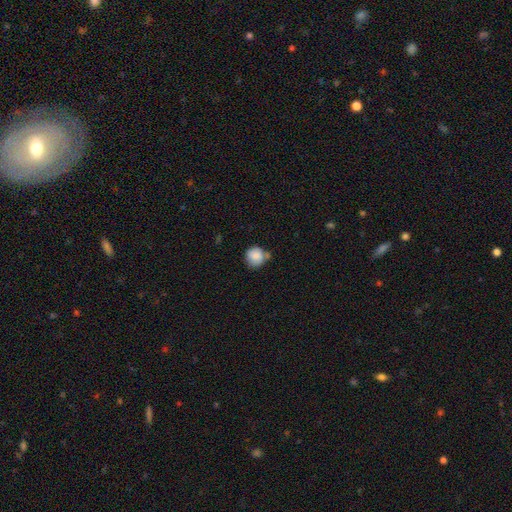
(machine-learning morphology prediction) Smooth or featured: smooth — 85% (star or artifact — 8%)
How rounded: round — 89% (in between — 10%)
Merging: none — 55% (minor disturbance — 26%)